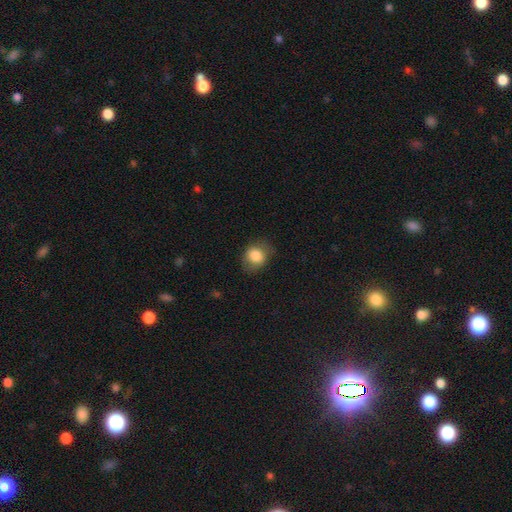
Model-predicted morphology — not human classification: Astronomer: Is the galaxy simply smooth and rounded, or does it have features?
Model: smooth — 82%.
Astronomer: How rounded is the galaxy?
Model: round — 50% (runner-up: in between, 49%).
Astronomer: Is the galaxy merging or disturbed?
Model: none — 75%.